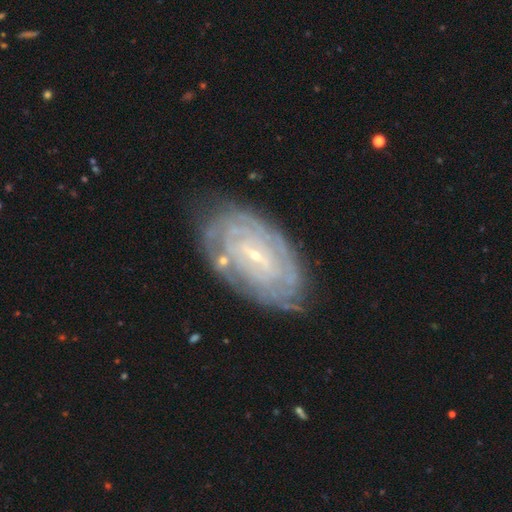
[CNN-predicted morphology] Overall: featured or disk (85%). Edge-on disk: no (95%). Bar: weak (45%; no 37%). Spiral arms: yes (92%). Spiral arm count: can't tell (49%; 2 14%). Spiral winding: tight (83%). Bulge size: small (85%). Merging: none (76%).